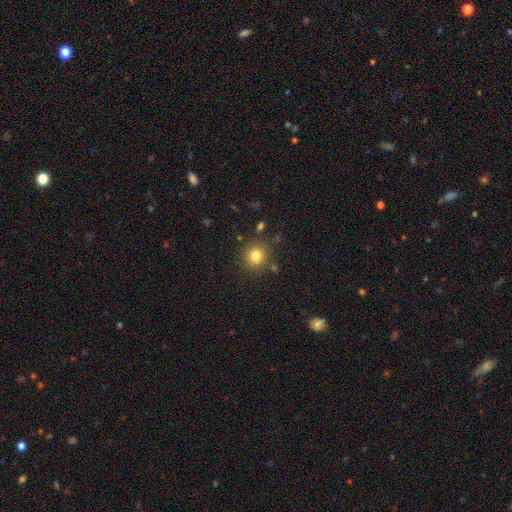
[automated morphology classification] Smooth or featured?
  - smooth: 80% *
  - star or artifact: 13%
  - featured or disk: 7%
How rounded?
  - round: 90% *
  - in between: 9%
  - cigar-shaped: 1%
Merging?
  - none: 86% *
  - minor disturbance: 8%
  - merger: 3%
  - major disturbance: 3%